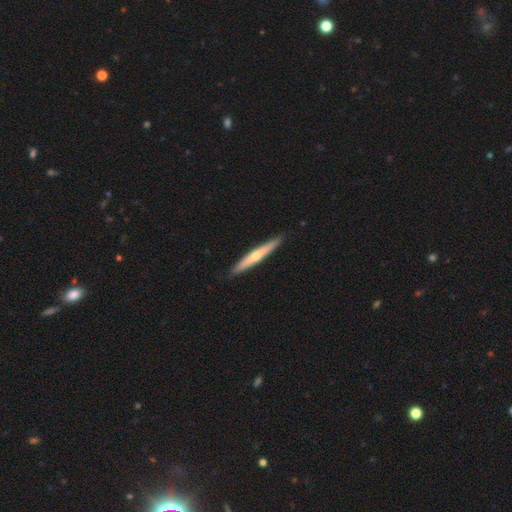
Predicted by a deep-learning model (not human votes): The model was most divided on "smooth or featured": featured or disk: 57%, smooth: 38%, star or artifact: 6%. More confident: edge-on disk — yes (95%); merging — none (91%); edge-on bulge — rounded (76%).